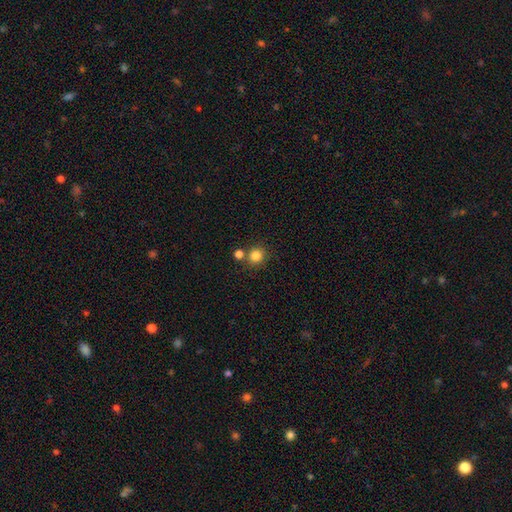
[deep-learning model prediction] Smooth or featured? smooth (83%)
How rounded? round (90%)
Merging? none (72%)